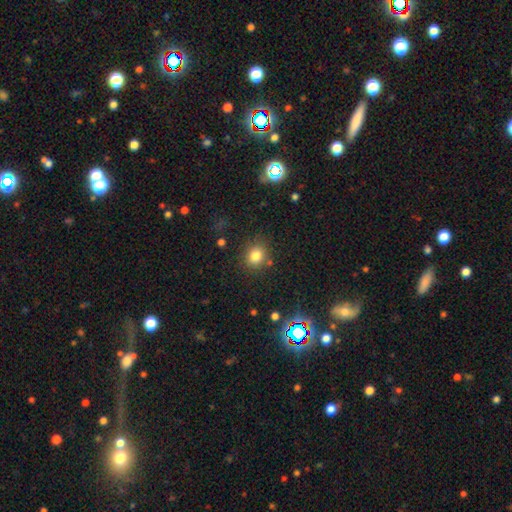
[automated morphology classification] This is likely a smooth galaxy (80%). How rounded: likely round (77%). Merging: clearly none (81%).